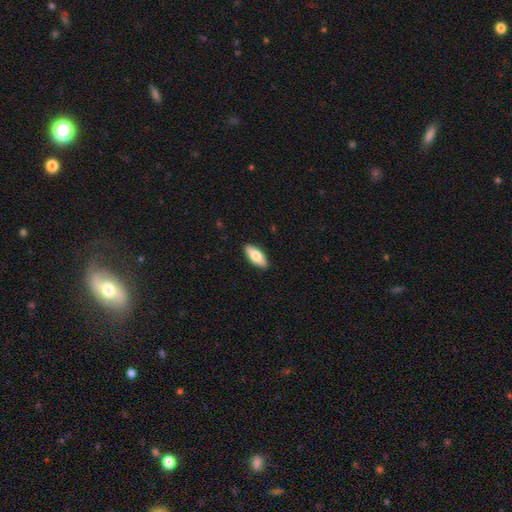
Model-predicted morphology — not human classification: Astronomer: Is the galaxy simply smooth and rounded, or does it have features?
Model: smooth — 76%.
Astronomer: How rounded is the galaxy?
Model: in between — 81%.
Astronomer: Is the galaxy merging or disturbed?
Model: none — 89%.